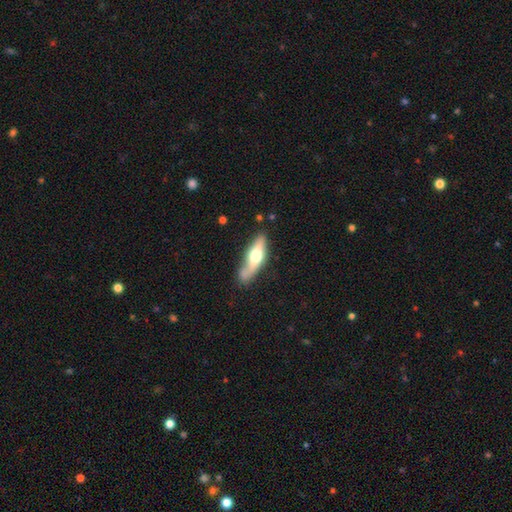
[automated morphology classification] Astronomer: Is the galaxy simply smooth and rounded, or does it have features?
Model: smooth — 48% (runner-up: featured or disk, 47%).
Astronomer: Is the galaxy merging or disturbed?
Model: none — 61%.